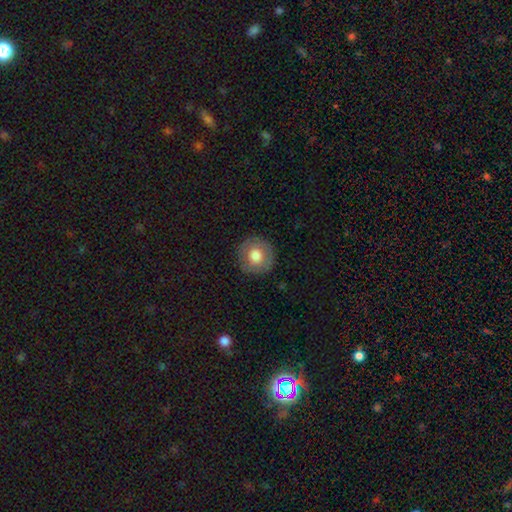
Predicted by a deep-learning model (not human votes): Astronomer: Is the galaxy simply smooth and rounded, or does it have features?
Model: smooth — 71%.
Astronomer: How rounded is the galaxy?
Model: round — 94%.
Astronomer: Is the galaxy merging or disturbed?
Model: none — 87%.